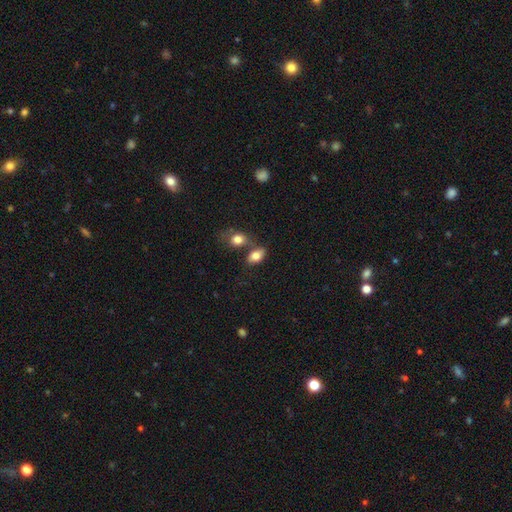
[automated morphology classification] This appears to be a smooth galaxy with no disk features (79%) that is in between round and cigar-shaped (85%). Merging: none (45%).